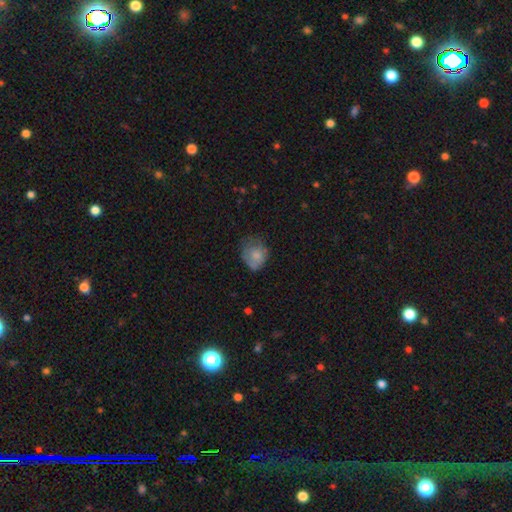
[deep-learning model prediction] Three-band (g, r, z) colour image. It shows a smooth galaxy with no disk features (71%) that is round (62%). Merging: none (47%).